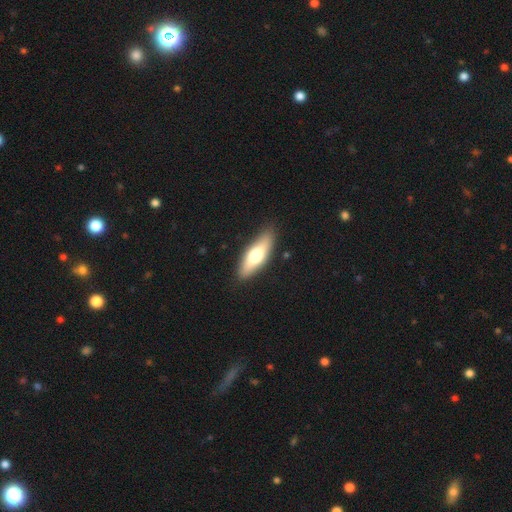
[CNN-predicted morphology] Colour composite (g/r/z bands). It shows a smooth galaxy with no disk features (60%) that is in between round and cigar-shaped (55%). Merging: none (87%).